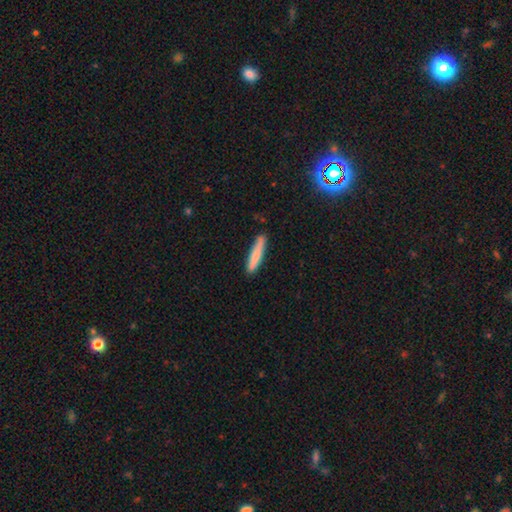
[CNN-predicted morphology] Q: Smooth or featured?
A: smooth (80%); runner-up: featured or disk (15%)
Q: How rounded?
A: cigar-shaped (92%); runner-up: in between (7%)
Q: Merging?
A: none (83%); runner-up: minor disturbance (13%)